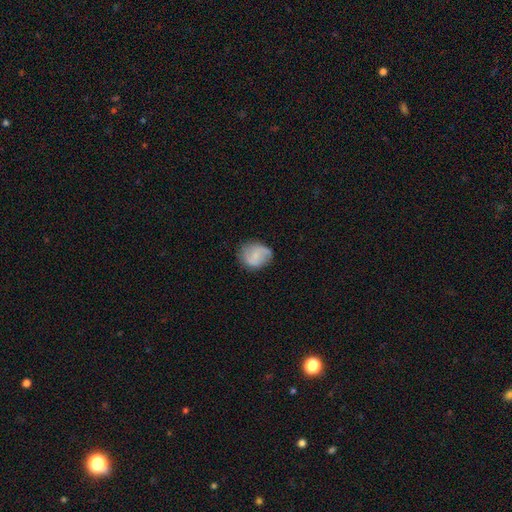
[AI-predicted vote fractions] featured or disk 47%, smooth 46%, star or artifact 7%. Down the decision tree: merging — none (69%).